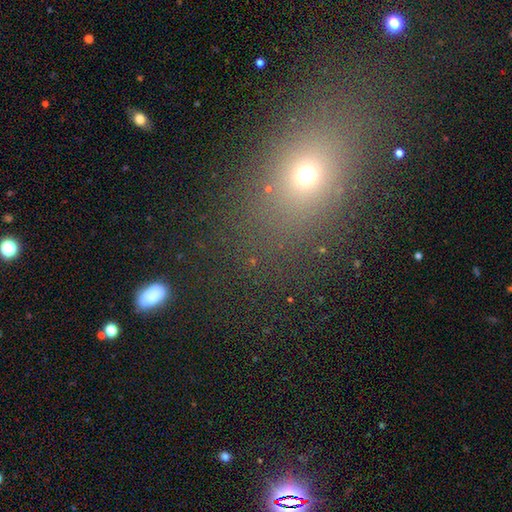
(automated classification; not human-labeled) smooth-or-featured: smooth: 55% | star or artifact: 33% | featured or disk: 12%
  how-rounded: in between: 56% | round: 41% | cigar-shaped: 4%
  merging: none: 84% | minor disturbance: 9% | major disturbance: 5% | merger: 3%